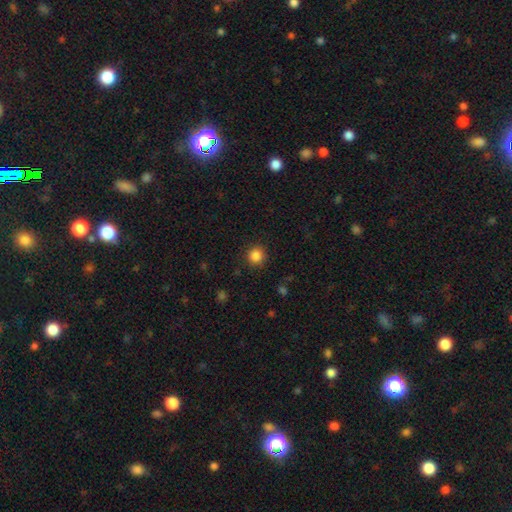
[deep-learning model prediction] This appears to be a smooth galaxy with no disk features (85%) that is round (94%). Merging: none (90%).